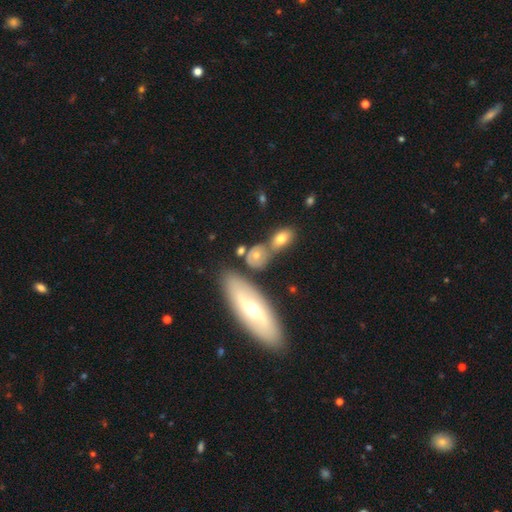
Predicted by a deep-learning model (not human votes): Smooth or featured?
  - smooth: 60% *
  - featured or disk: 30%
  - star or artifact: 10%
How rounded?
  - in between: 48% *
  - round: 46%
  - cigar-shaped: 6%
Merging?
  - none: 52% *
  - merger: 26%
  - minor disturbance: 15%
  - major disturbance: 6%